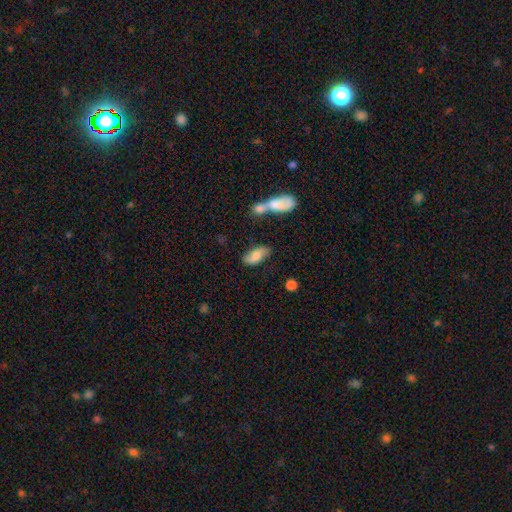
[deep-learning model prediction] Smooth or featured?
  - smooth: 65% *
  - featured or disk: 27%
  - star or artifact: 8%
How rounded?
  - in between: 87% *
  - cigar-shaped: 9%
  - round: 4%
Merging?
  - none: 60% *
  - minor disturbance: 21%
  - merger: 12%
  - major disturbance: 8%